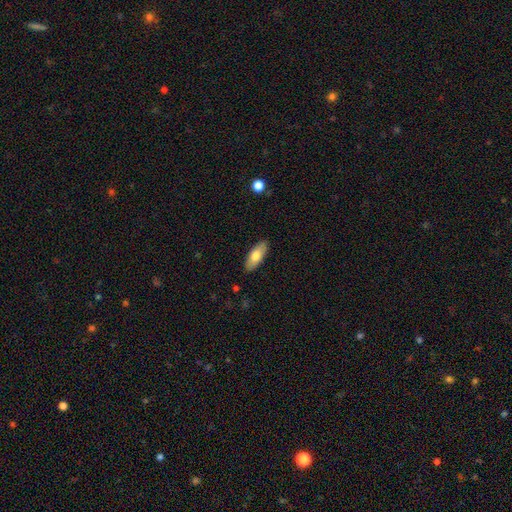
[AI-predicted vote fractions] Smooth or featured: smooth — 75% (featured or disk — 19%)
How rounded: in between — 81% (cigar-shaped — 17%)
Merging: none — 89% (minor disturbance — 8%)